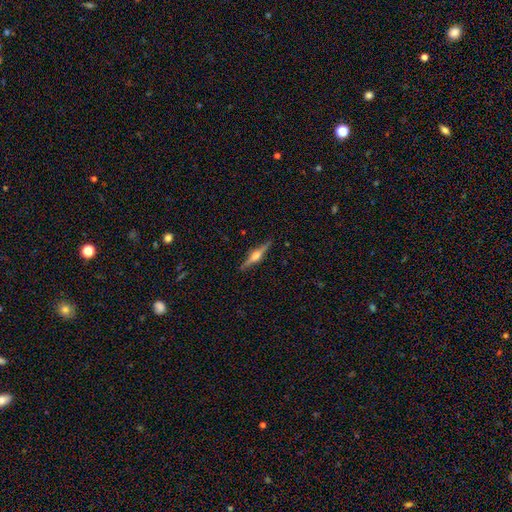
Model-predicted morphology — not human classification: featured or disk 77%, smooth 17%, star or artifact 6%. Down the decision tree: edge-on disk — yes (98%); edge-on bulge — rounded (92%); merging — none (90%).